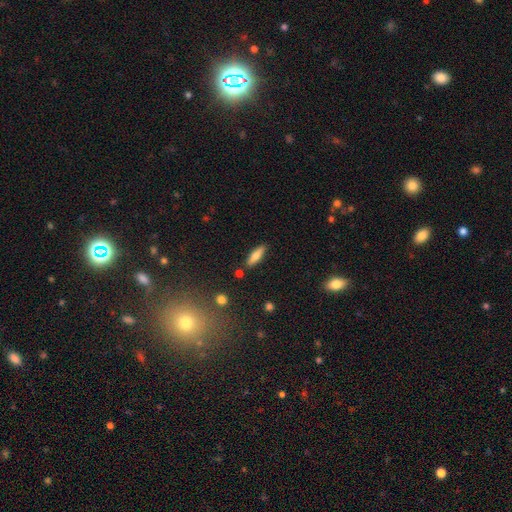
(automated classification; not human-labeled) smooth-or-featured: smooth: 72% | featured or disk: 21% | star or artifact: 7%
  how-rounded: cigar-shaped: 59% | in between: 39% | round: 2%
  merging: none: 85% | minor disturbance: 9% | merger: 3% | major disturbance: 2%